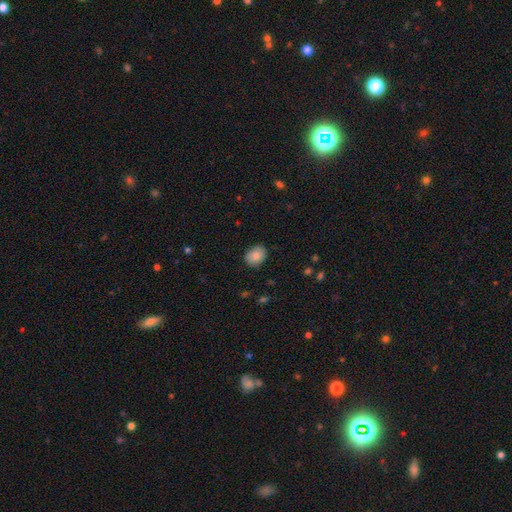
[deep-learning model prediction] A smooth galaxy with no disk features (84%) that is in between round and cigar-shaped (50%). Merging: none (85%).